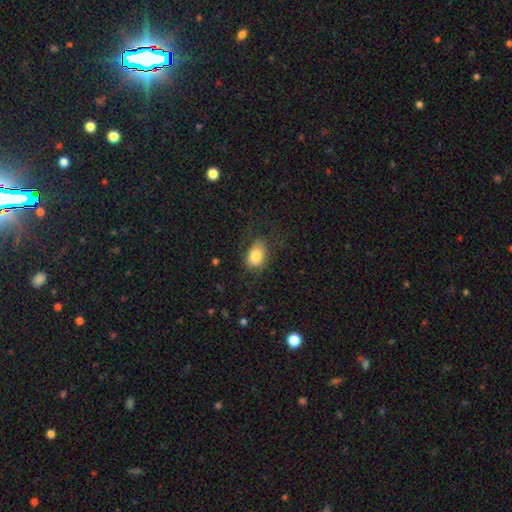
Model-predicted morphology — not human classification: This appears to be a smooth galaxy with no disk features (81%) that is in between round and cigar-shaped (84%). Merging: none (68%).